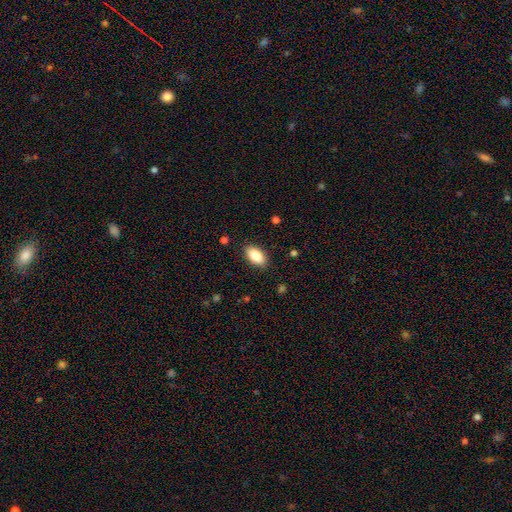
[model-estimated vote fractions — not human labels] Morphology: type=smooth (87%); roundness=in between (93%); merging=none (87%).